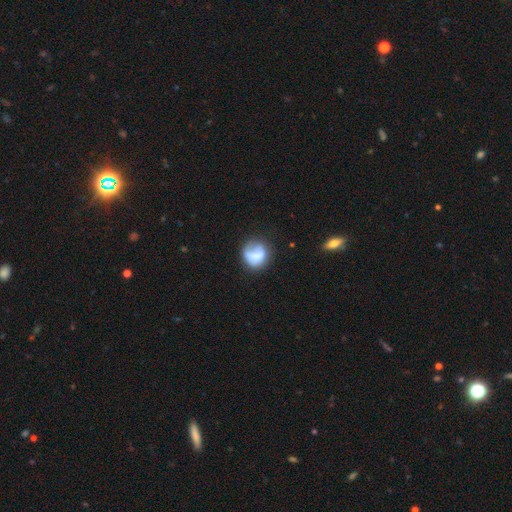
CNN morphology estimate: This appears to be a smooth galaxy with no disk features (61%) that is round (80%). Merging: none (51%).